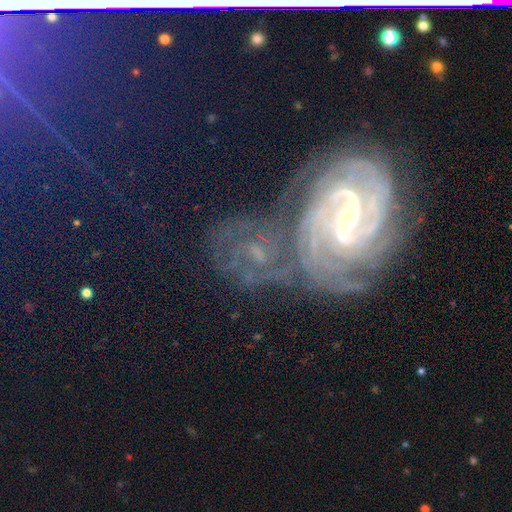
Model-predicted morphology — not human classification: Smooth or featured?
  - featured or disk: 65% *
  - star or artifact: 23%
  - smooth: 11%
Edge-on disk?
  - no: 95% *
  - yes: 5%
Bar?
  - weak: 43% *
  - strong: 34%
  - no: 23%
Spiral arms?
  - yes: 94% *
  - no: 6%
Spiral winding?
  - tight: 64% *
  - medium: 28%
  - loose: 8%
Spiral arm count?
  - 2: 35% *
  - can't tell: 23%
  - 3: 15%
  - 4: 9%
  - more than 4: 9%
  - 1: 8%
Bulge size?
  - small: 57% *
  - moderate: 35%
  - large: 3%
  - none: 3%
  - dominant: 2%
Merging?
  - none: 50% *
  - merger: 21%
  - minor disturbance: 18%
  - major disturbance: 11%